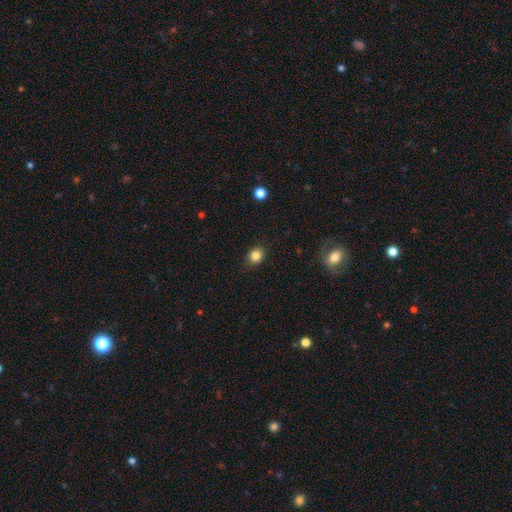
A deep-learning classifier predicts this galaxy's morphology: This is clearly a smooth galaxy (84%). How rounded: possibly round (56%). Merging: clearly none (87%).